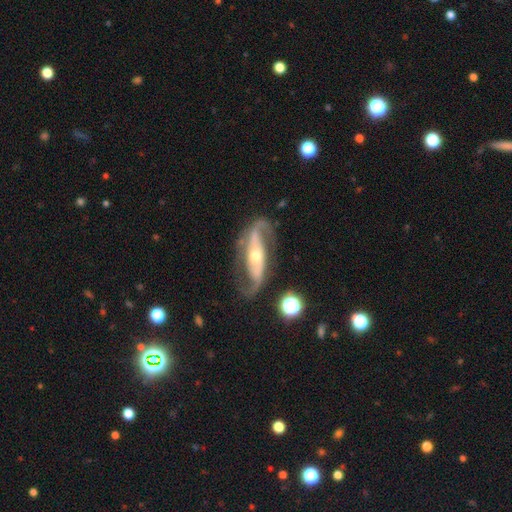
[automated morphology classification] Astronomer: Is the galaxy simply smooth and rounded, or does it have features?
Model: featured or disk — 89%.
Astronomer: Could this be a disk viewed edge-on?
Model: no — 91%.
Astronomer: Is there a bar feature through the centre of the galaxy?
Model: strong — 40% (runner-up: no, 36%).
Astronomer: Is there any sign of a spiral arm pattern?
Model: yes — 96%.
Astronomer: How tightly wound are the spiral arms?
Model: loose — 44% (runner-up: medium, 40%).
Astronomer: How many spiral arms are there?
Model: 2 — 92%.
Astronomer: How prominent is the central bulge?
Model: moderate — 53% (runner-up: small, 42%).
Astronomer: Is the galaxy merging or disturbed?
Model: none — 74%.